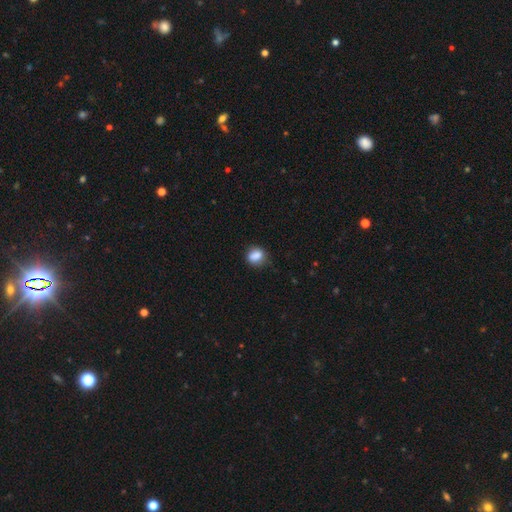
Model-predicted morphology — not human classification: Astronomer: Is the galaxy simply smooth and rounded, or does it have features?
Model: smooth — 83%.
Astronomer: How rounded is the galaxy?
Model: round — 53% (runner-up: in between, 45%).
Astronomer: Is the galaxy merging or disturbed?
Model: none — 67%.